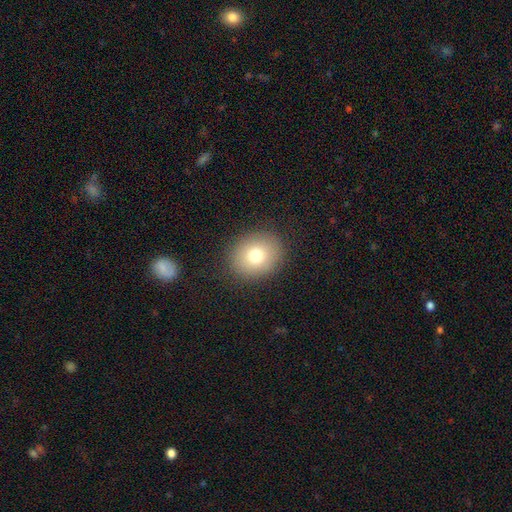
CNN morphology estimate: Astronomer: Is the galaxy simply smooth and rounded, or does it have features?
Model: smooth — 76%.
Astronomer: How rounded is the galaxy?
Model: round — 68%.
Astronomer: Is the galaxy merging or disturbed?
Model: none — 89%.